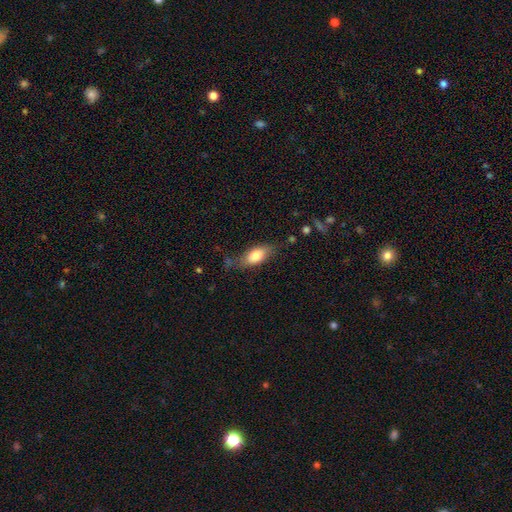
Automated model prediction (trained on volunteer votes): smooth 75%, featured or disk 18%, star or artifact 7%. Down the decision tree: how rounded — in between (84%); merging — none (64%).